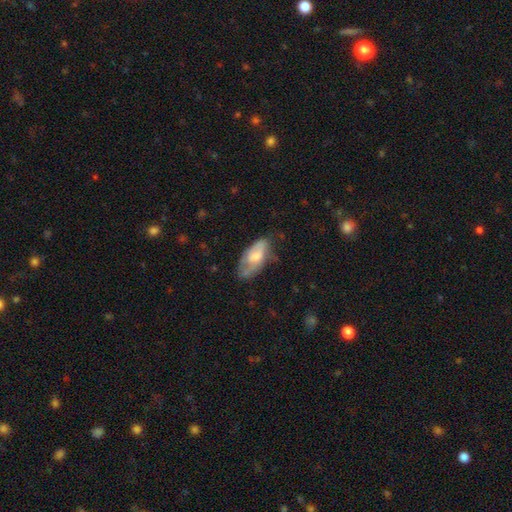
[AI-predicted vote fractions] A smooth galaxy with no disk features (52%) that is in between round and cigar-shaped (88%).

Vote fractions:
- Smooth or featured? smooth: 52% / featured or disk: 42% / star or artifact: 7%
- How rounded? in between: 88% / cigar-shaped: 9% / round: 3%
- Merging? none: 47% / minor disturbance: 34% / major disturbance: 16% / merger: 3%